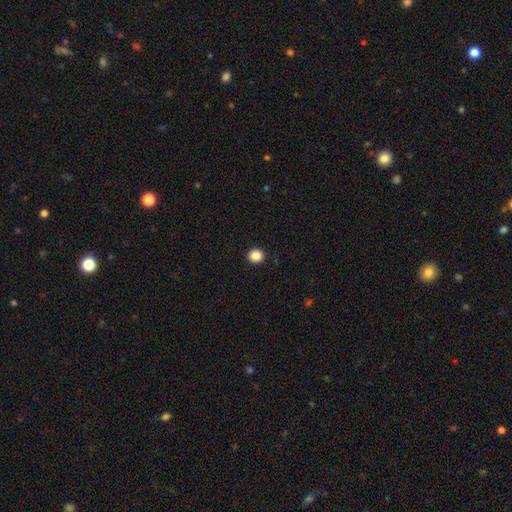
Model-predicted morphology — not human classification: Smooth or featured? Predicted: smooth (p=0.87). How rounded? Predicted: round (p=0.91). Merging? Predicted: none (p=0.93).